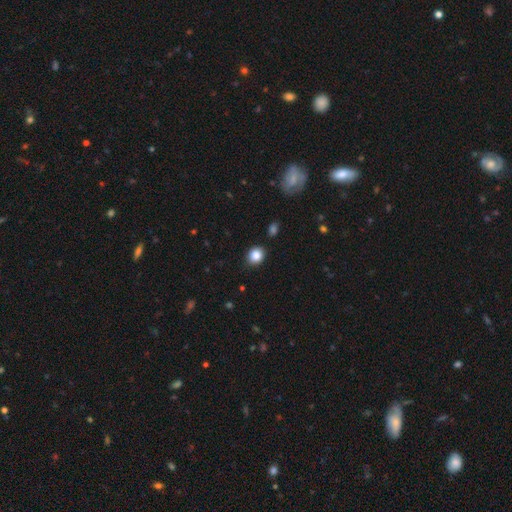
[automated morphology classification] type=smooth (85%); roundness=round (63%); merging=none (87%).